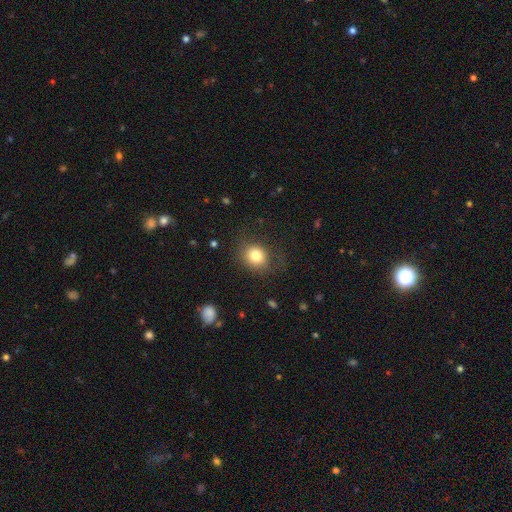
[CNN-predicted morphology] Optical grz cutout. It shows a smooth galaxy with no disk features (80%) that is round (71%). Merging: none (76%).